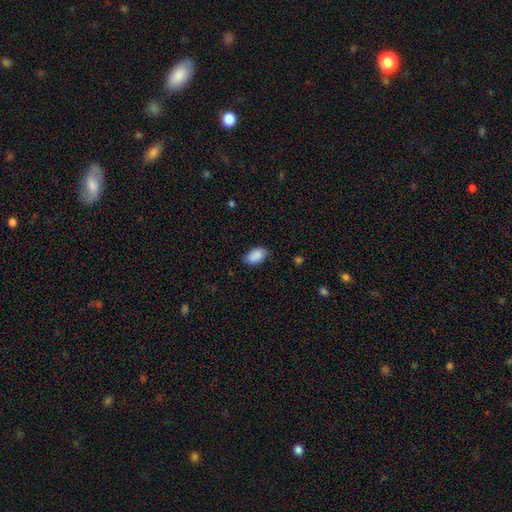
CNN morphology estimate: The model was most divided on "merging": none: 80%, minor disturbance: 16%, major disturbance: 3%, merger: 1%. More confident: how rounded — in between (92%); smooth or featured — smooth (89%).